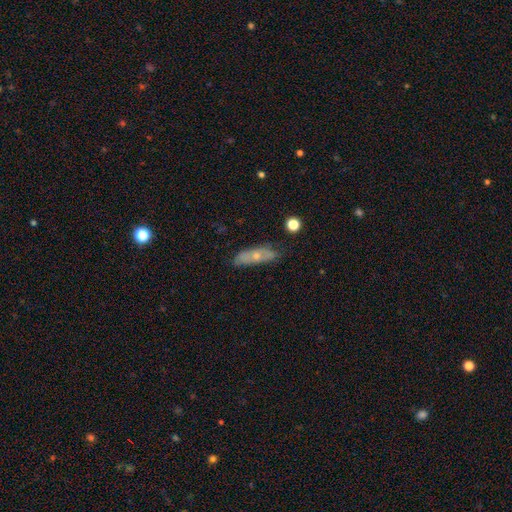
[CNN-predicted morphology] Overall: smooth (51%; featured or disk 41%). How rounded: cigar-shaped (50%; in between 47%). Merging: none (69%).